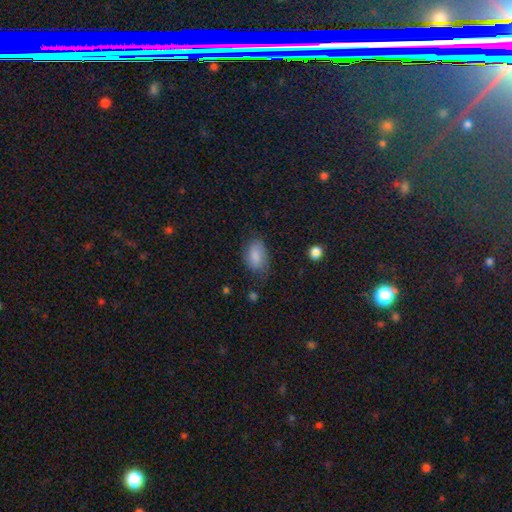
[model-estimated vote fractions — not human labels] Smooth or featured?
  - smooth: 83% *
  - featured or disk: 9%
  - star or artifact: 8%
How rounded?
  - in between: 89% *
  - round: 9%
  - cigar-shaped: 2%
Merging?
  - none: 63% *
  - minor disturbance: 27%
  - major disturbance: 8%
  - merger: 2%